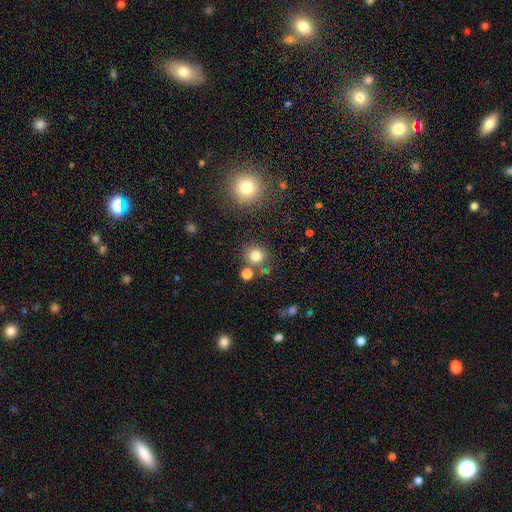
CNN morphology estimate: Smooth or featured: smooth — 79% (star or artifact — 14%)
How rounded: round — 89% (in between — 10%)
Merging: none — 74% (merger — 12%)